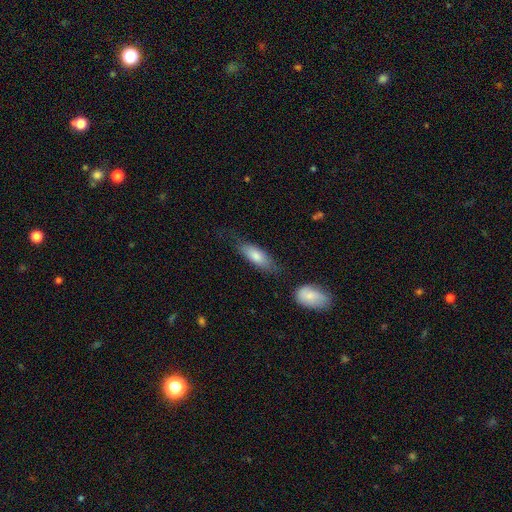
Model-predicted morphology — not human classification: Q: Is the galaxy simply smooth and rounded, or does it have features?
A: smooth — 76%.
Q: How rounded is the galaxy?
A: in between — 65%.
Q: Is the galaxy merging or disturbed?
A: none — 61%.